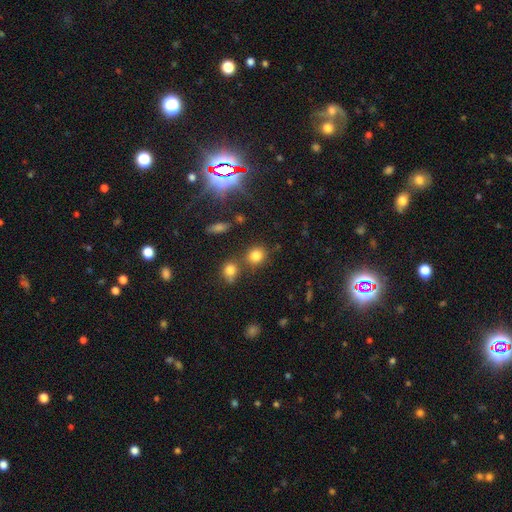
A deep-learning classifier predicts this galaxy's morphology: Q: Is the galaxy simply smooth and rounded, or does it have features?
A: smooth — 78%.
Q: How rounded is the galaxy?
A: round — 76%.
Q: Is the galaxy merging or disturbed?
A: none — 68%.